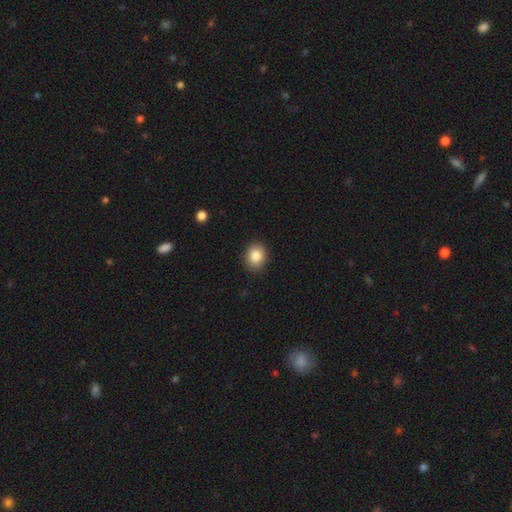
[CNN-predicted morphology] Q: Smooth or featured?
A: smooth (84%); runner-up: star or artifact (9%)
Q: How rounded?
A: round (59%); runner-up: in between (40%)
Q: Merging?
A: none (90%); runner-up: minor disturbance (7%)